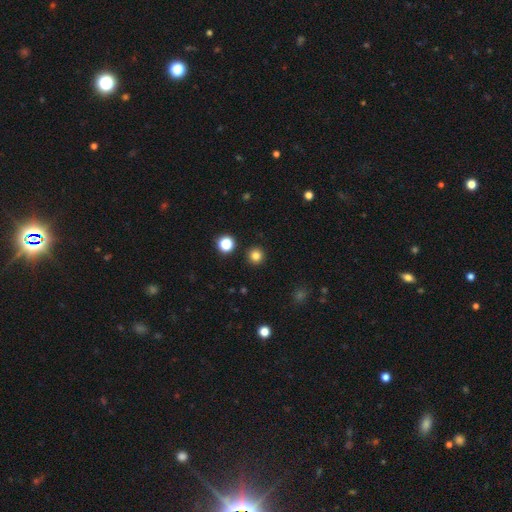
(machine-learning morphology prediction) Smooth or featured? Predicted: smooth (p=0.82). How rounded? Predicted: round (p=0.95). Merging? Predicted: none (p=0.92).